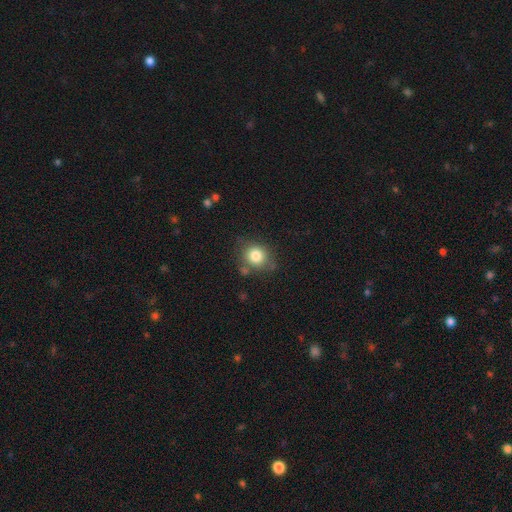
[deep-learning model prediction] smooth_or_featured: smooth (p=0.82) [alt: star or artifact p=0.10]
how_rounded: round (p=0.74) [alt: in between p=0.25]
merging: none (p=0.70) [alt: minor disturbance p=0.17]